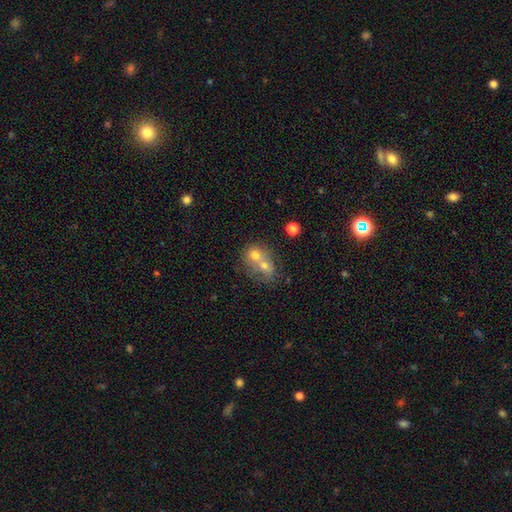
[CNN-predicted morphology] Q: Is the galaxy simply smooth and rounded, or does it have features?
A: smooth — 66%.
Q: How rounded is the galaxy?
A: round — 61%.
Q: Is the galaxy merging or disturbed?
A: merger — 70%.